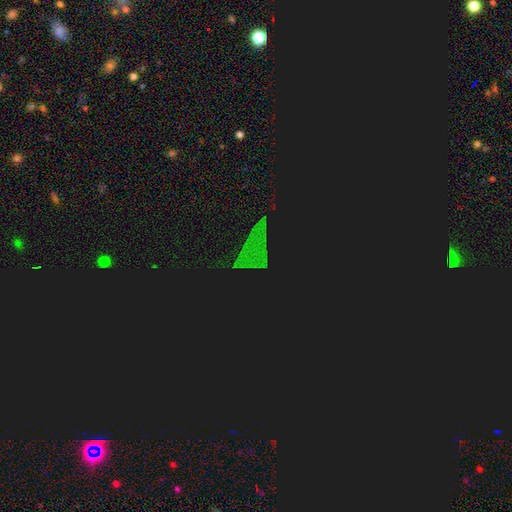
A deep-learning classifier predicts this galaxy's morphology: Smooth or featured?
  - star or artifact: 77% *
  - smooth: 14%
  - featured or disk: 9%